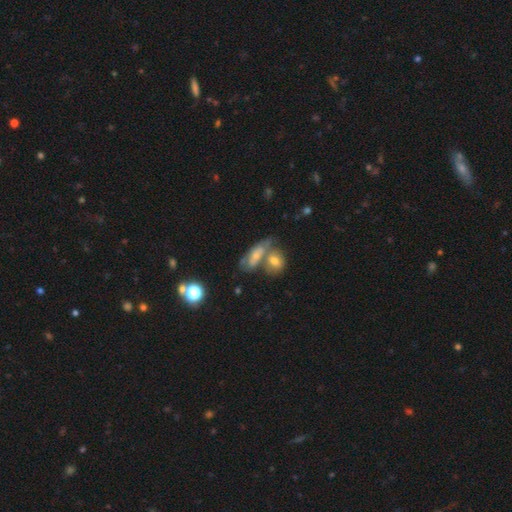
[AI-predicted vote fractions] Smooth or featured: smooth — 55% (featured or disk — 36%)
How rounded: in between — 73% (cigar-shaped — 17%)
Merging: merger — 53% (none — 28%)